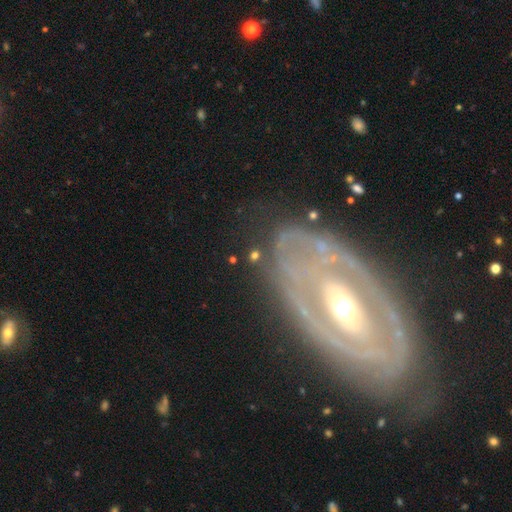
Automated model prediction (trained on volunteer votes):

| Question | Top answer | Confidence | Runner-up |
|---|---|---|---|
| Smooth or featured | featured or disk | 72% | smooth (17%) |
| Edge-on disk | no | 90% | yes (10%) |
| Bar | no | 50% | weak (27%) |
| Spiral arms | yes | 64% | no (36%) |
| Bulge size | moderate | 63% | small (21%) |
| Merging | none | 65% | minor disturbance (17%) |